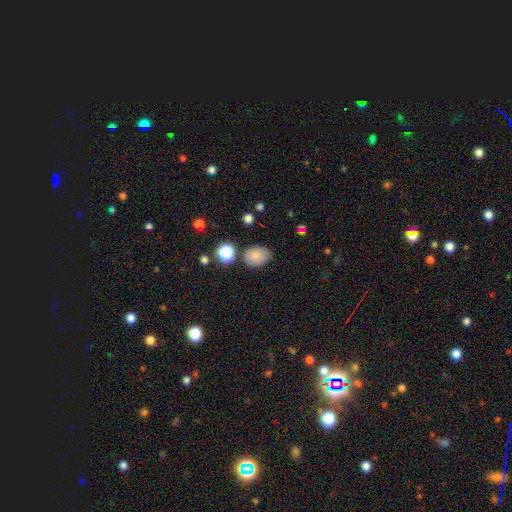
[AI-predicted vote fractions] smooth 81%, star or artifact 11%, featured or disk 8%. Down the decision tree: how rounded — in between (63%); merging — none (72%).